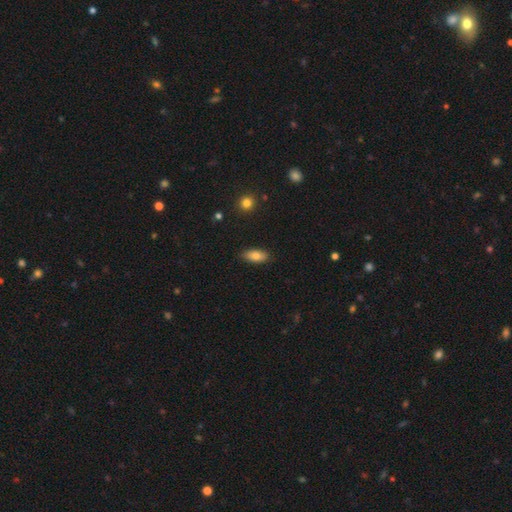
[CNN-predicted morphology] Smooth or featured? Predicted: smooth (p=0.83). How rounded? Predicted: in between (p=0.88). Merging? Predicted: none (p=0.86).